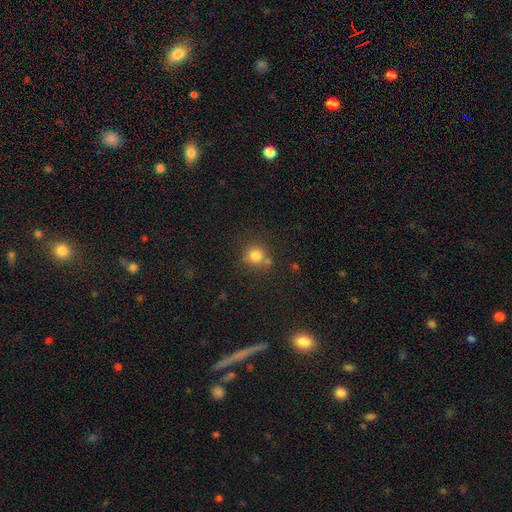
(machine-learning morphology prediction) type=smooth (80%); roundness=round (89%); merging=none (68%).